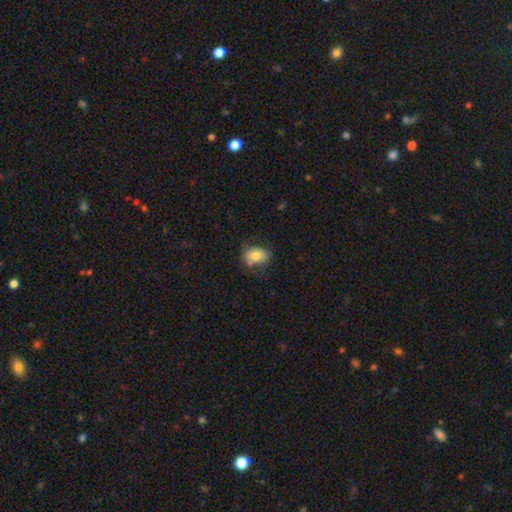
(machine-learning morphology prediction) A smooth galaxy with no disk features (78%) that is in between round and cigar-shaped (79%). Merging: none (68%).